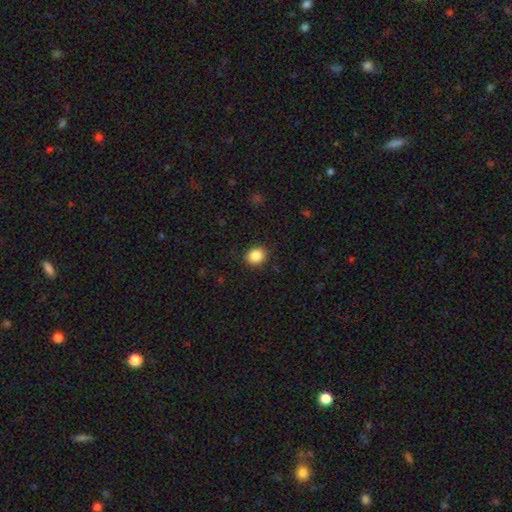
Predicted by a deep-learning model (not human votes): Smooth or featured: smooth — 86% (star or artifact — 9%)
How rounded: round — 65% (in between — 34%)
Merging: none — 85% (minor disturbance — 11%)